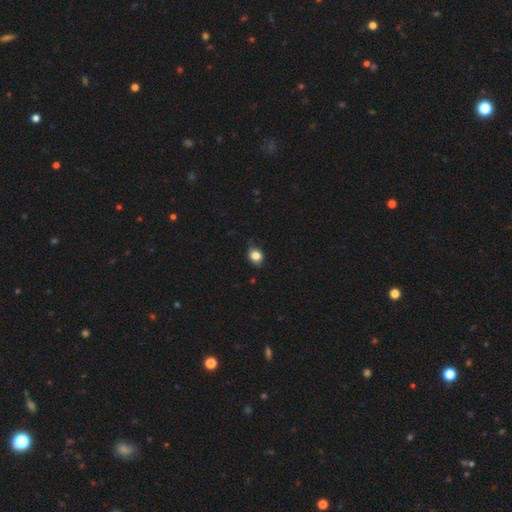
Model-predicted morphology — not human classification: Smooth or featured? smooth (81%)
How rounded? in between (50%)
Merging? none (74%)